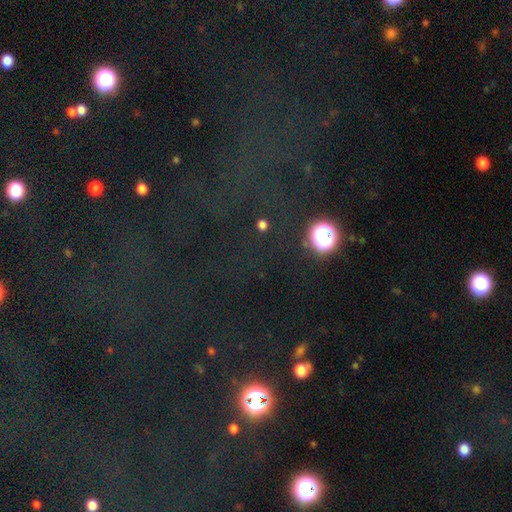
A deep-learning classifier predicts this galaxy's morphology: star or artifact 69%, smooth 20%, featured or disk 11%.